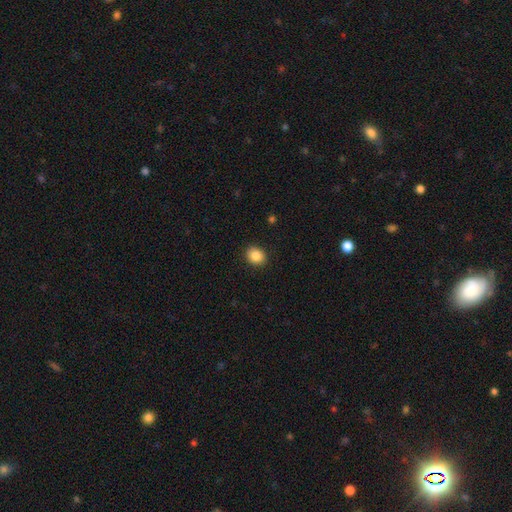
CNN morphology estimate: Smooth or featured: smooth — 87% (star or artifact — 9%)
How rounded: round — 64% (in between — 35%)
Merging: none — 91% (minor disturbance — 6%)